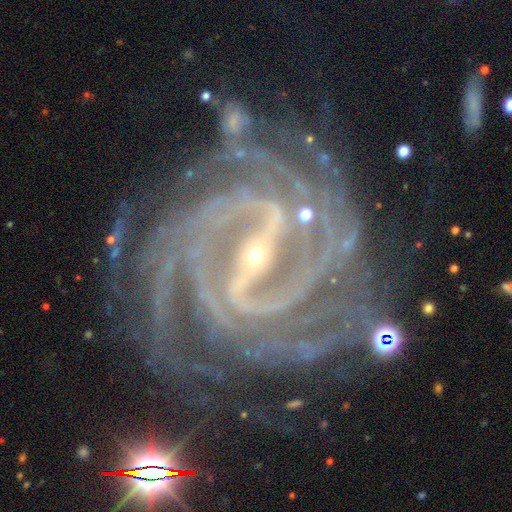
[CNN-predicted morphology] Smooth or featured: featured or disk — 93% (star or artifact — 5%)
Edge-on disk: no — 98% (yes — 2%)
Bar: strong — 72% (weak — 20%)
Spiral arms: yes — 99% (no — 1%)
Spiral winding: tight — 67% (medium — 29%)
Spiral arm count: 4 — 27% (more than 4 — 20%)
Bulge size: small — 85% (moderate — 11%)
Merging: none — 71% (minor disturbance — 17%)